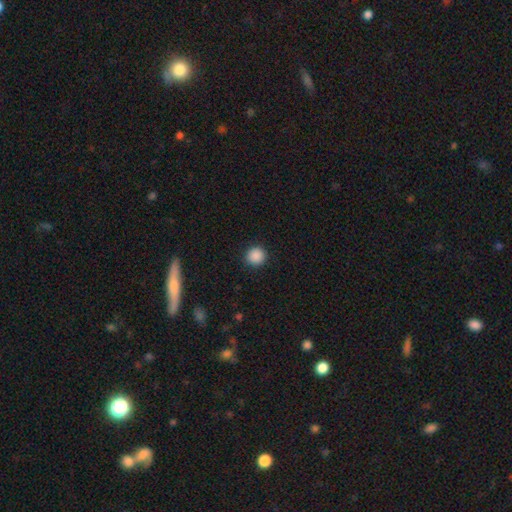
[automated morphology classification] A smooth galaxy with no disk features (88%) that is round (93%). Merging: none (91%).